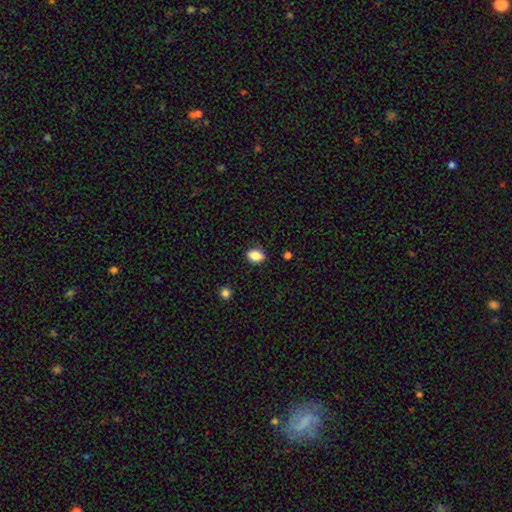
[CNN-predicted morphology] Overall: smooth (86%). How rounded: in between (82%). Merging: none (85%).